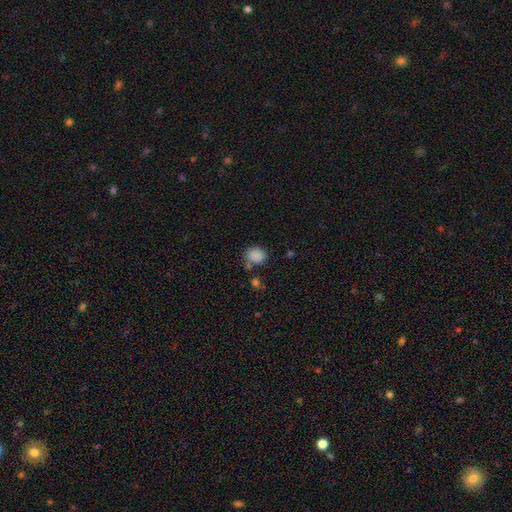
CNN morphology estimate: Smooth or featured? smooth (86%)
How rounded? round (60%)
Merging? none (69%)